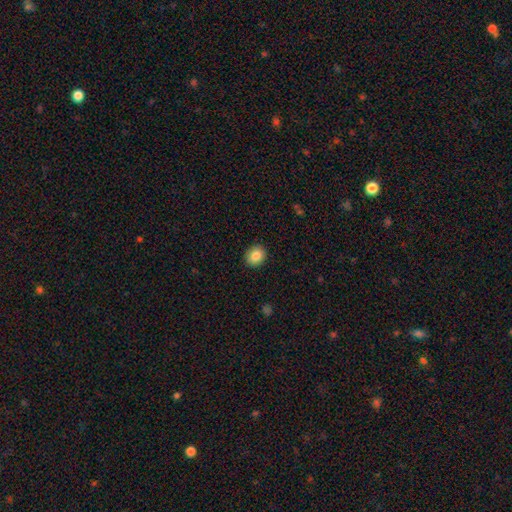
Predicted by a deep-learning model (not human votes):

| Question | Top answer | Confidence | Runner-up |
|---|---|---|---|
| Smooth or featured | smooth | 86% | star or artifact (8%) |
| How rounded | round | 64% | in between (35%) |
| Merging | none | 90% | minor disturbance (7%) |